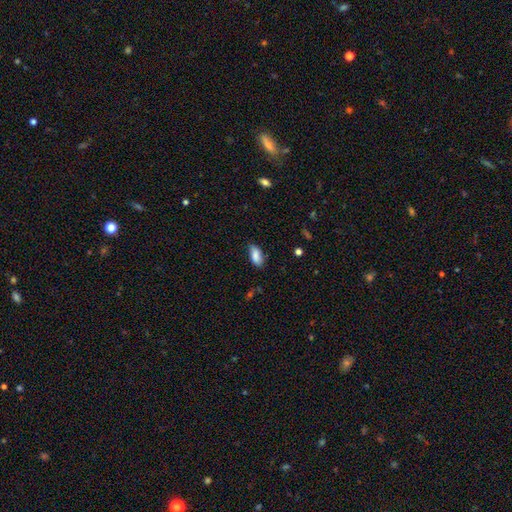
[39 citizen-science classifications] Volunteers were most divided on "merging": none: 64%, minor disturbance: 31%, major disturbance: 5%, merger: 0%. More confident: smooth or featured — smooth (95%); how rounded — in between (86%).